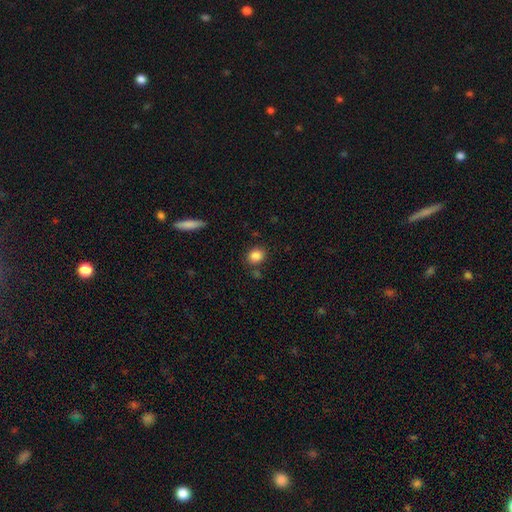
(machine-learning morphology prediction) Smooth or featured? Predicted: smooth (p=0.86). How rounded? Predicted: round (p=0.70). Merging? Predicted: none (p=0.81).